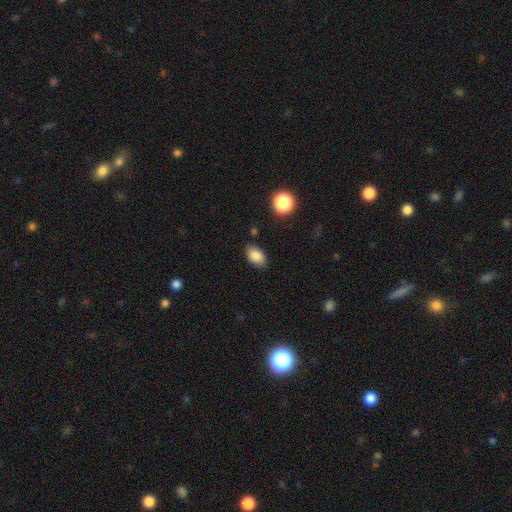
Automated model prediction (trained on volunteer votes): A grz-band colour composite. It shows a smooth galaxy with no disk features (85%) that is in between round and cigar-shaped (89%). Merging: none (83%).